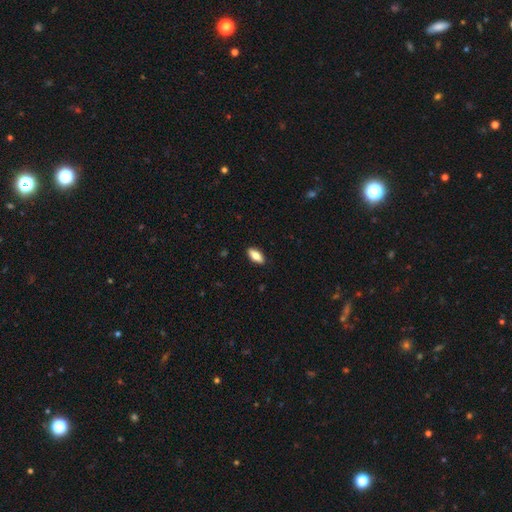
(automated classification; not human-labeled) smooth-or-featured: smooth: 78% | featured or disk: 15% | star or artifact: 6%
  how-rounded: in between: 82% | cigar-shaped: 15% | round: 2%
  merging: none: 89% | minor disturbance: 8% | major disturbance: 2% | merger: 1%